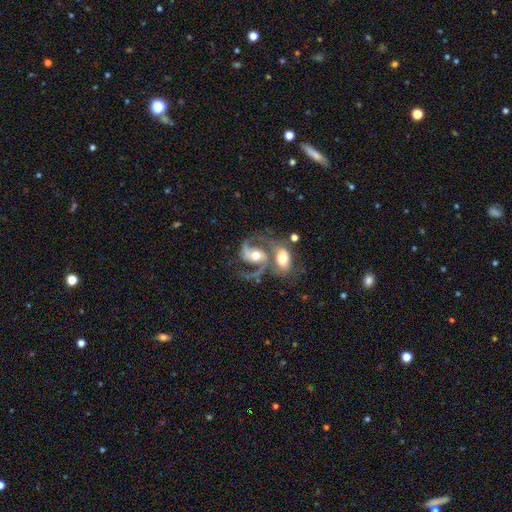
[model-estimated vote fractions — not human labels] Smooth or featured?
  - featured or disk: 87% *
  - smooth: 8%
  - star or artifact: 5%
Edge-on disk?
  - no: 97% *
  - yes: 3%
Bar?
  - no: 42% *
  - weak: 35%
  - strong: 24%
Spiral arms?
  - yes: 97% *
  - no: 3%
Spiral winding?
  - medium: 58% *
  - loose: 28%
  - tight: 14%
Spiral arm count?
  - 2: 89% *
  - 1: 5%
  - can't tell: 3%
  - 3: 2%
  - 4: 1%
  - more than 4: 1%
Bulge size?
  - moderate: 69% *
  - large: 14%
  - small: 13%
  - none: 2%
  - dominant: 2%
Merging?
  - merger: 49% *
  - none: 30%
  - minor disturbance: 11%
  - major disturbance: 10%